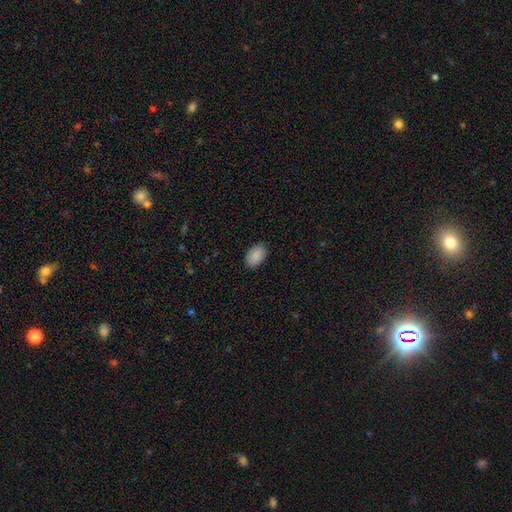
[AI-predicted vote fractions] The model was most divided on "merging": none: 88%, minor disturbance: 9%, major disturbance: 2%, merger: 1%. More confident: how rounded — in between (92%); smooth or featured — smooth (90%).